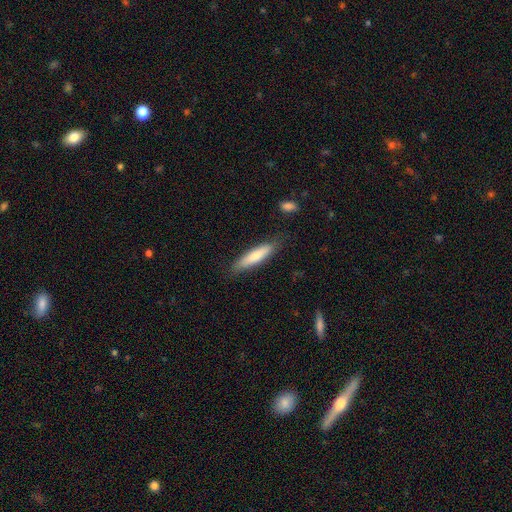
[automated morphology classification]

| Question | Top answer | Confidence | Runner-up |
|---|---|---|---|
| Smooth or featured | smooth | 75% | featured or disk (20%) |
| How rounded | cigar-shaped | 80% | in between (19%) |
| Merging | none | 81% | minor disturbance (14%) |